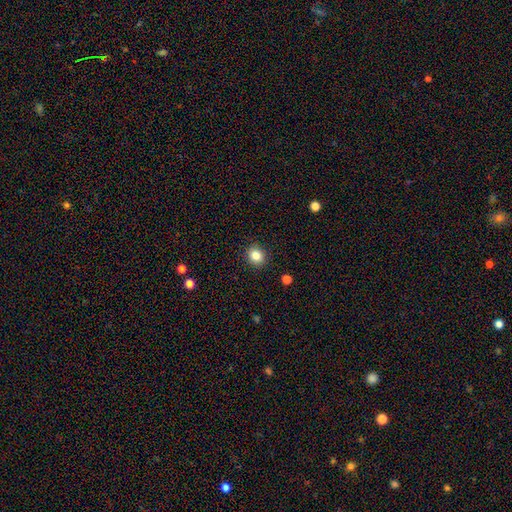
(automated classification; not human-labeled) Smooth or featured? Predicted: smooth (p=0.83). How rounded? Predicted: round (p=0.73). Merging? Predicted: none (p=0.90).